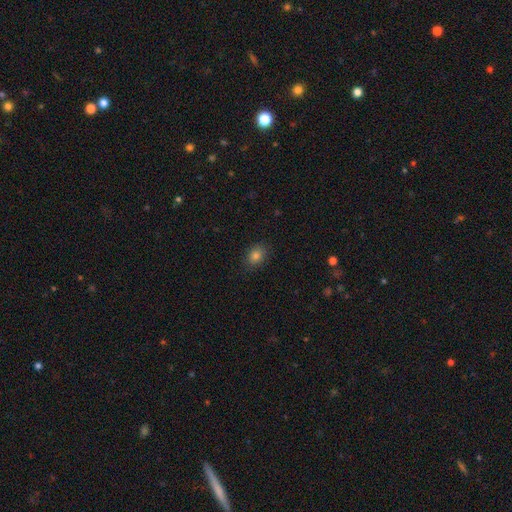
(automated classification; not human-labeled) A smooth galaxy with no disk features (81%) that is in between round and cigar-shaped (62%). Merging: none (87%).